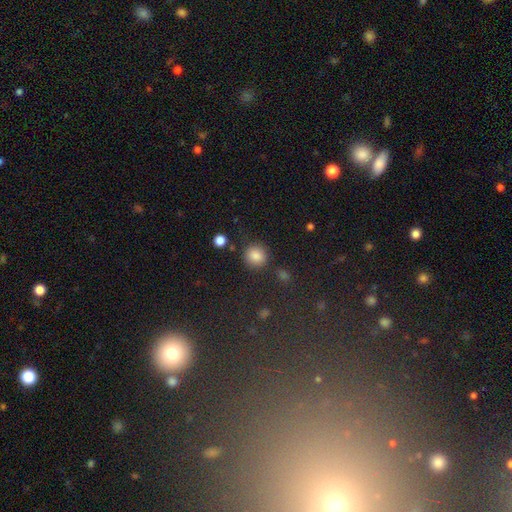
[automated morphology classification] The model was most divided on "merging": none: 83%, minor disturbance: 9%, merger: 4%, major disturbance: 4%. More confident: how rounded — round (88%); smooth or featured — smooth (85%).